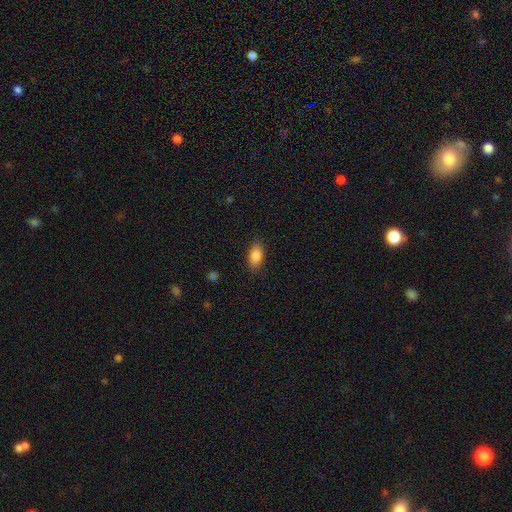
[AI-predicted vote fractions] Smooth or featured: smooth — 87% (star or artifact — 7%)
How rounded: in between — 90% (cigar-shaped — 6%)
Merging: none — 86% (minor disturbance — 11%)